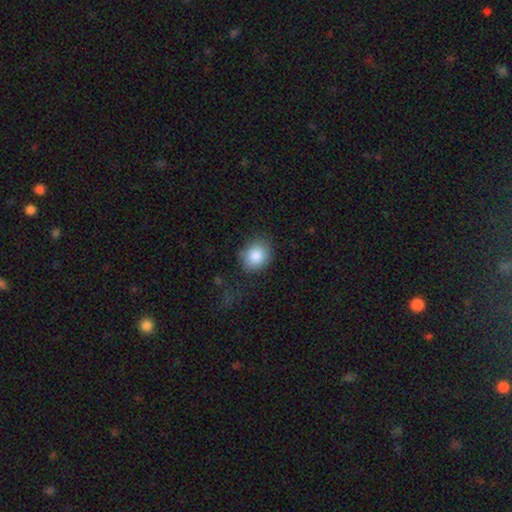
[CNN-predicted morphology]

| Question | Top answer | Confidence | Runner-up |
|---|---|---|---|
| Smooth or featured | smooth | 86% | star or artifact (8%) |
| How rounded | round | 64% | in between (35%) |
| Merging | none | 76% | minor disturbance (16%) |